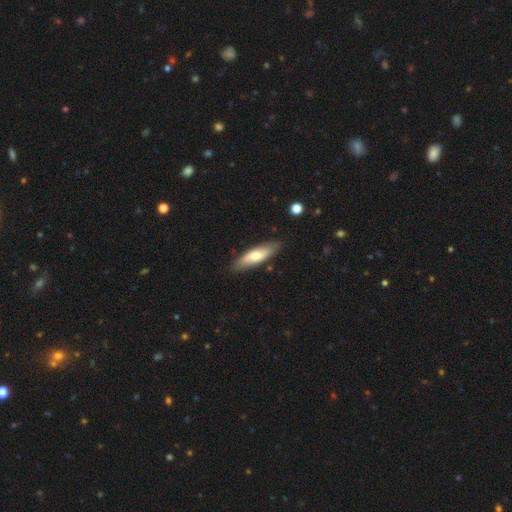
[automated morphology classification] Smooth or featured? Predicted: smooth (p=0.67). How rounded? Predicted: cigar-shaped (p=0.55). Merging? Predicted: none (p=0.84).